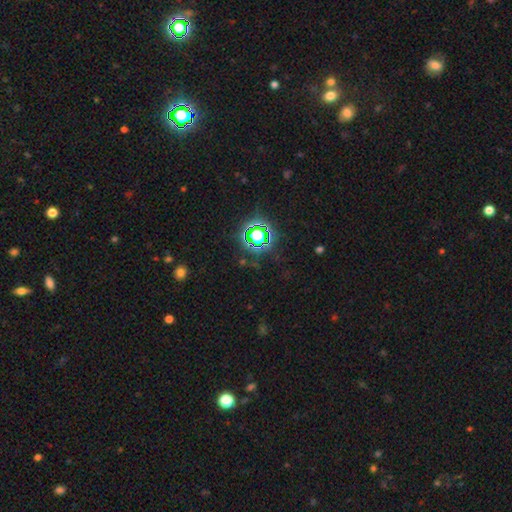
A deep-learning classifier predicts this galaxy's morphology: This is likely a star or artifact rather than a galaxy (79%).